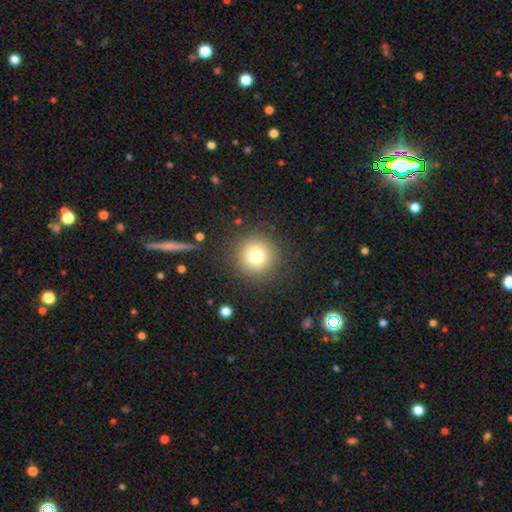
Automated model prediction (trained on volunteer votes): A smooth galaxy with no disk features (76%) that is round (95%). Merging: none (89%).